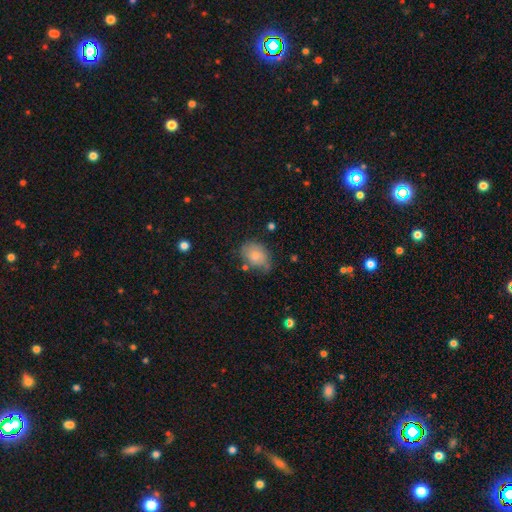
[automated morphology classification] The model was most divided on "merging": none: 51%, minor disturbance: 34%, major disturbance: 10%, merger: 5%. More confident: how rounded — in between (78%); smooth or featured — smooth (75%).